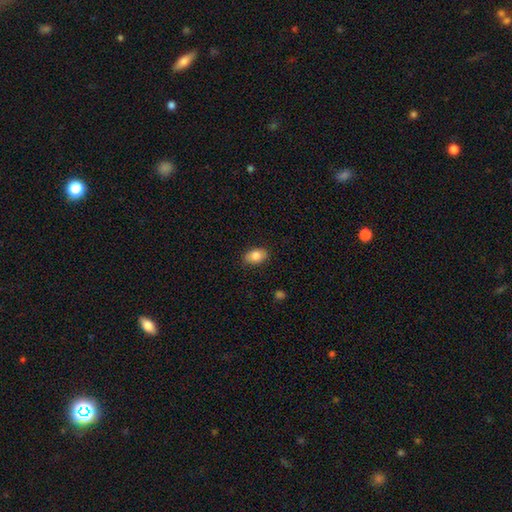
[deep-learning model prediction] smooth 85%, star or artifact 8%, featured or disk 8%. Down the decision tree: how rounded — in between (85%); merging — none (85%).